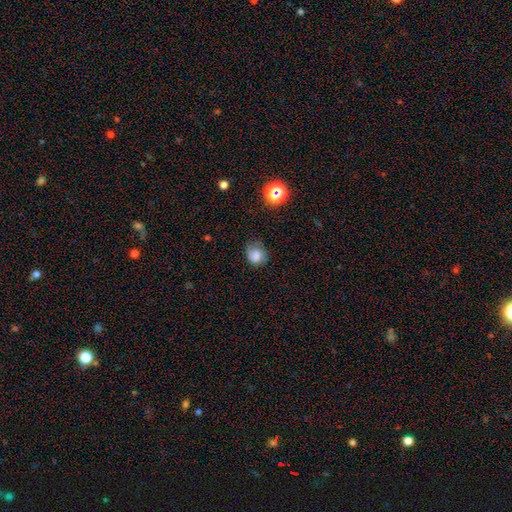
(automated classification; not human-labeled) Morphology: type=smooth (72%); roundness=round (65%); merging=none (57%).